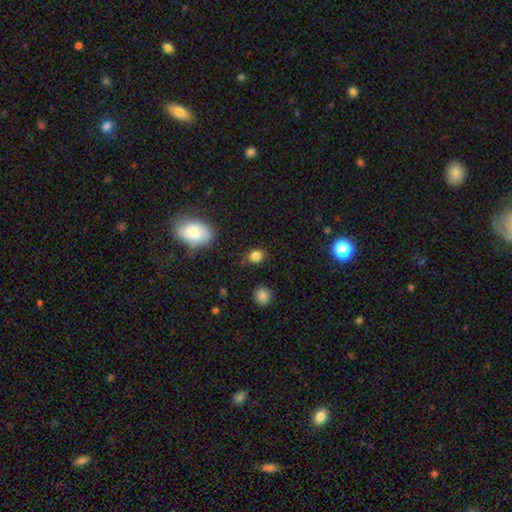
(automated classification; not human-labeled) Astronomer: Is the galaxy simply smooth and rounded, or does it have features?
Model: smooth — 84%.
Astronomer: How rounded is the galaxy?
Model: round — 56% (runner-up: in between, 42%).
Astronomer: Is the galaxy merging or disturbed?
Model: none — 79%.